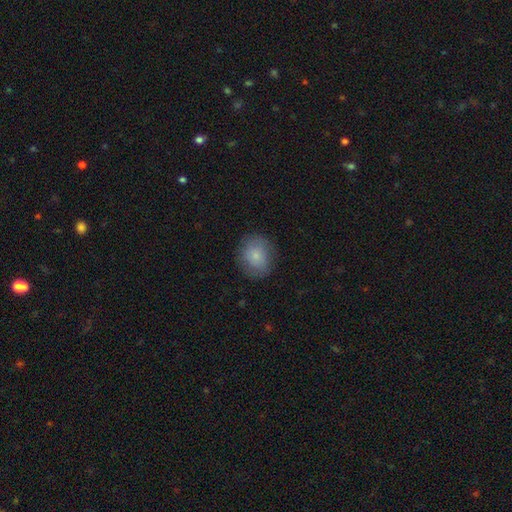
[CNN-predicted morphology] smooth-or-featured: smooth: 79% | featured or disk: 14% | star or artifact: 7%
  how-rounded: round: 65% | in between: 34% | cigar-shaped: 1%
  merging: none: 81% | minor disturbance: 14% | major disturbance: 5% | merger: 1%